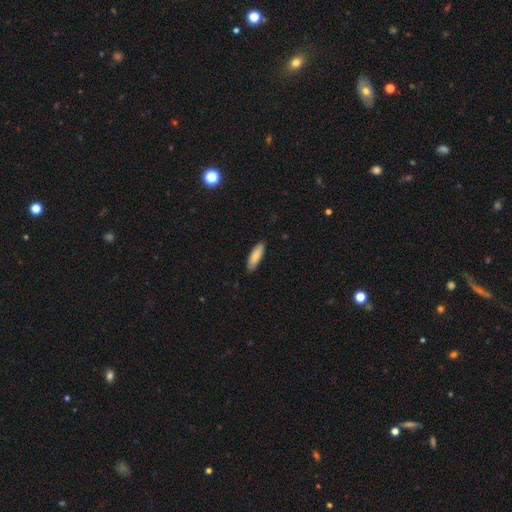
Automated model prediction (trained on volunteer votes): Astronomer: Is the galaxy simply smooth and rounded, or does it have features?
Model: smooth — 84%.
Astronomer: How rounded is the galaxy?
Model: in between — 56% (runner-up: cigar-shaped, 42%).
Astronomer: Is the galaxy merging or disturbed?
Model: none — 88%.